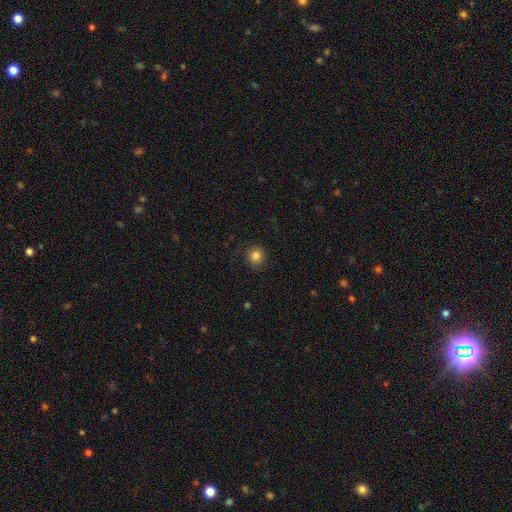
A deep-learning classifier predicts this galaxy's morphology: Smooth or featured? Predicted: smooth (p=0.83). How rounded? Predicted: round (p=0.88). Merging? Predicted: none (p=0.85).